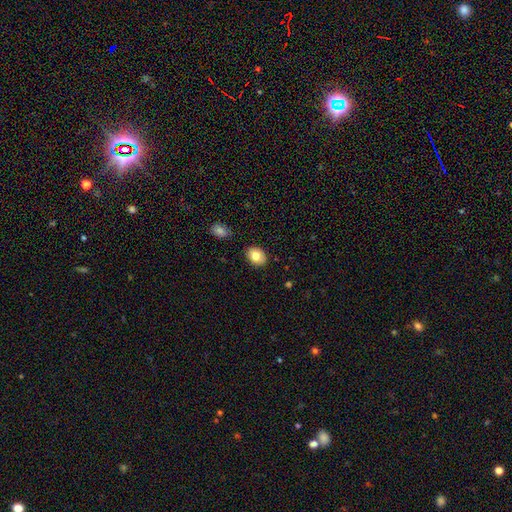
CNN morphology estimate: Overall: smooth (81%). How rounded: in between (67%; round 32%). Merging: none (87%).